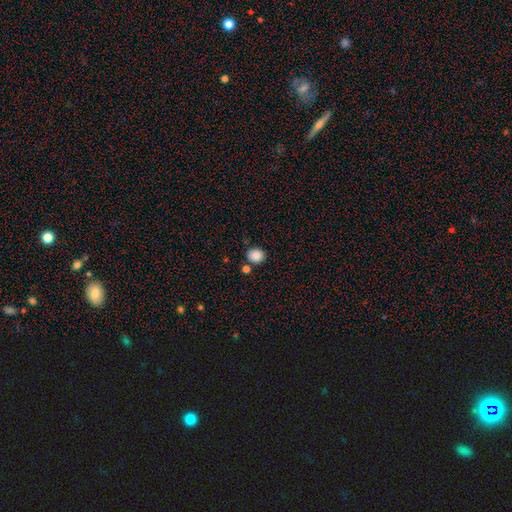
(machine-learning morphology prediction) smooth-or-featured: smooth: 87% | star or artifact: 9% | featured or disk: 3%
  how-rounded: round: 67% | in between: 32% | cigar-shaped: 1%
  merging: none: 79% | minor disturbance: 10% | merger: 8% | major disturbance: 3%